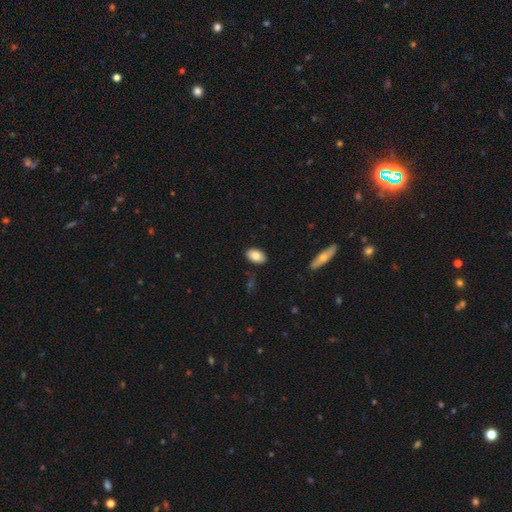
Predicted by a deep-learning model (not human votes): Smooth or featured?
  - smooth: 84% *
  - featured or disk: 9%
  - star or artifact: 7%
How rounded?
  - in between: 92% *
  - round: 6%
  - cigar-shaped: 2%
Merging?
  - none: 87% *
  - minor disturbance: 10%
  - major disturbance: 2%
  - merger: 2%